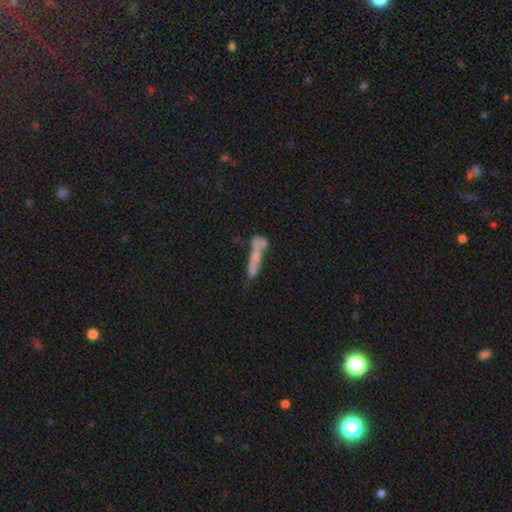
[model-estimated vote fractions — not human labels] Q: Smooth or featured?
A: smooth (47%); runner-up: featured or disk (39%)
Q: Merging?
A: none (39%); runner-up: merger (30%)